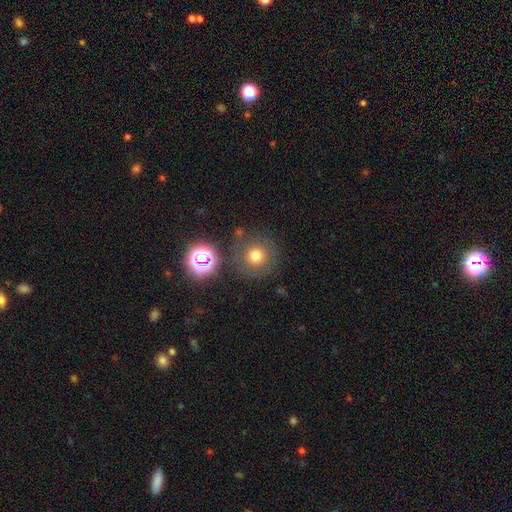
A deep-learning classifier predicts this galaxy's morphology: The model was most divided on "smooth or featured": smooth: 72%, star or artifact: 17%, featured or disk: 11%. More confident: how rounded — round (94%); merging — none (79%).